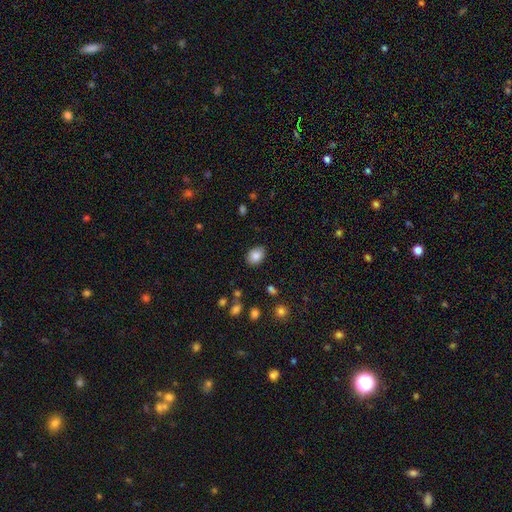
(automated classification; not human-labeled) Smooth or featured? Predicted: smooth (p=0.86). How rounded? Predicted: in between (p=0.73). Merging? Predicted: none (p=0.86).